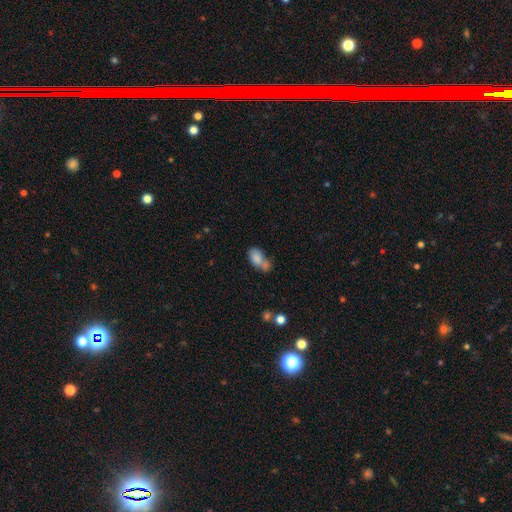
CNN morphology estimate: smooth_or_featured: smooth (p=0.77) [alt: featured or disk p=0.13]
how_rounded: in between (p=0.86) [alt: round p=0.11]
merging: merger (p=0.50) [alt: none p=0.28]